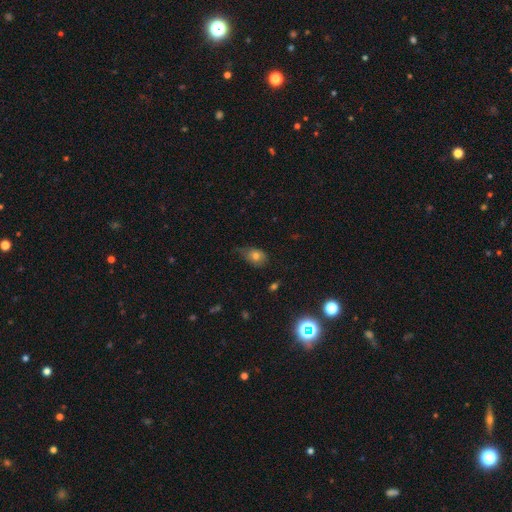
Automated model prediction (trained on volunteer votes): smooth_or_featured: smooth (p=0.77) [alt: featured or disk p=0.12]
how_rounded: in between (p=0.66) [alt: round p=0.32]
merging: none (p=0.42) [tied with: minor disturbance p=0.42]